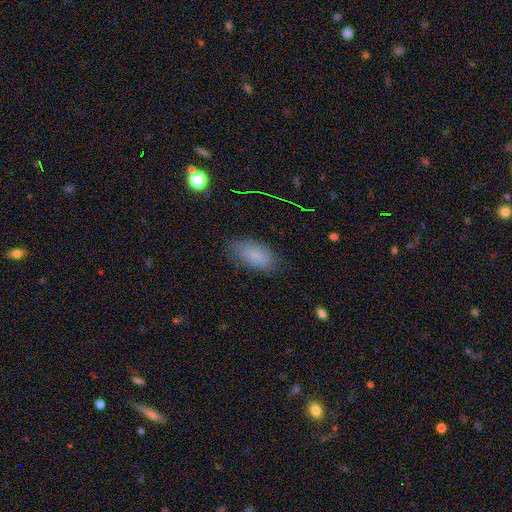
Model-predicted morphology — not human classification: type=smooth (79%); roundness=in between (91%); merging=none (78%).